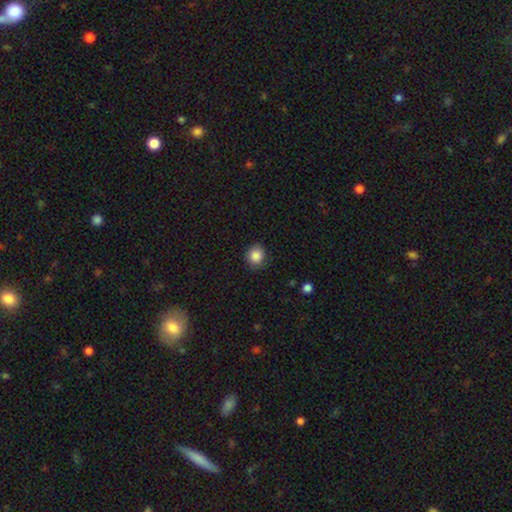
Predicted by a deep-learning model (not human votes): Smooth or featured? Predicted: smooth (p=0.86). How rounded? Predicted: round (p=0.78). Merging? Predicted: none (p=0.82).